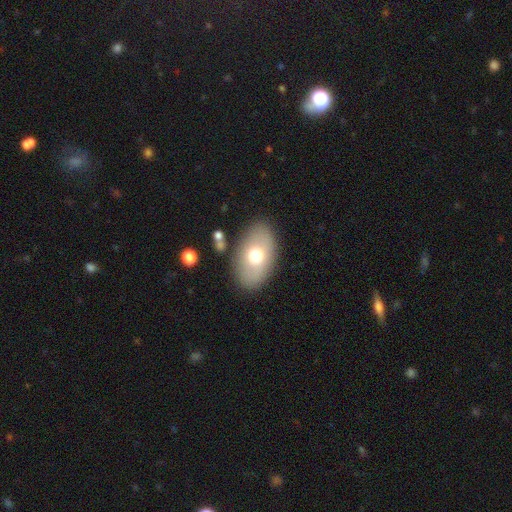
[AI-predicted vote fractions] A smooth galaxy with no disk features (67%) that is in between round and cigar-shaped (91%). Merging: none (84%).